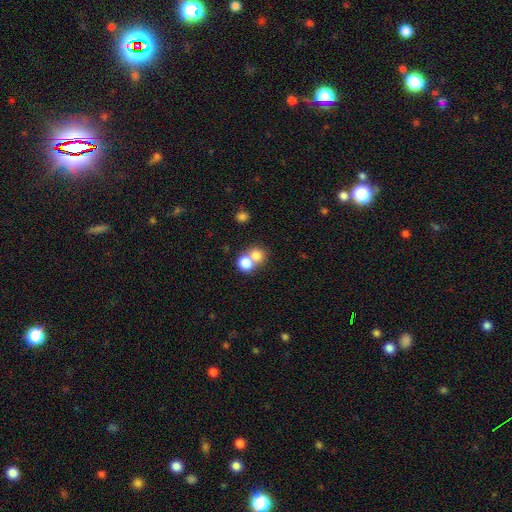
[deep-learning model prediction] smooth_or_featured: smooth (p=0.77) [alt: featured or disk p=0.12]
how_rounded: round (p=0.75) [alt: in between p=0.24]
merging: merger (p=0.58) [alt: none p=0.34]